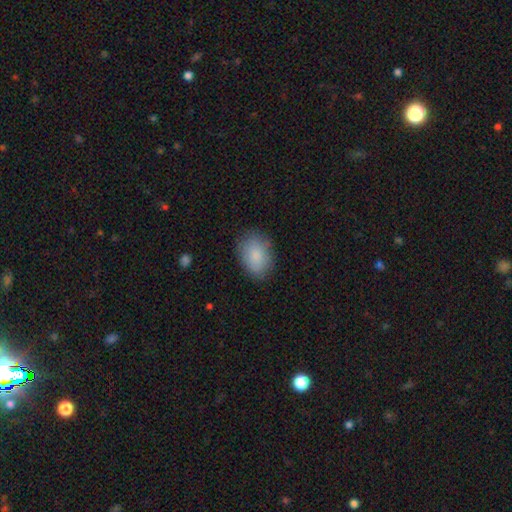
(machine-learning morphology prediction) Smooth or featured? Predicted: smooth (p=0.86). How rounded? Predicted: in between (p=0.82). Merging? Predicted: none (p=0.81).